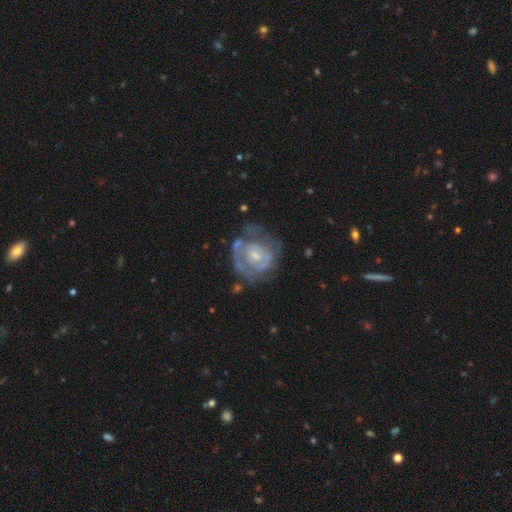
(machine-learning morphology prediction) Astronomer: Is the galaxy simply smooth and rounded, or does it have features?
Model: featured or disk — 74%.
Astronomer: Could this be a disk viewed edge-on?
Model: no — 98%.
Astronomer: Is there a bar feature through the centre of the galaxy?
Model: no — 71%.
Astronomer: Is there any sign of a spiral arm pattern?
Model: yes — 61% (runner-up: no, 39%).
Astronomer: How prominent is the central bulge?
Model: small — 49% (runner-up: moderate, 41%).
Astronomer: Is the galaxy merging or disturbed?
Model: none — 49%.